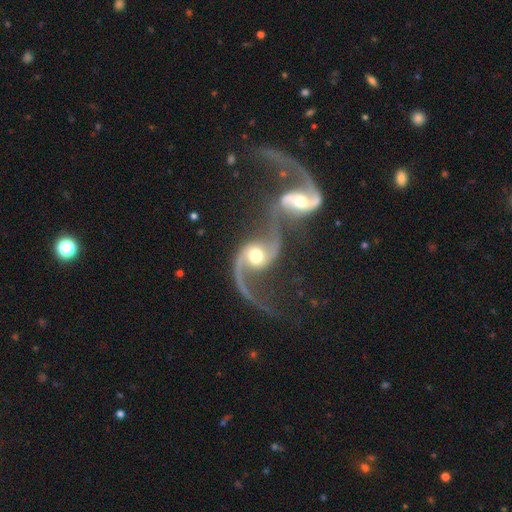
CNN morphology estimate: The model was most divided on "bar": no: 54%, weak: 30%, strong: 15%. More confident: edge-on disk — no (97%); spiral arms — yes (96%); smooth or featured — featured or disk (88%); spiral arm count — 2 (88%); spiral winding — loose (74%); bulge size — moderate (66%); merging — merger (61%).